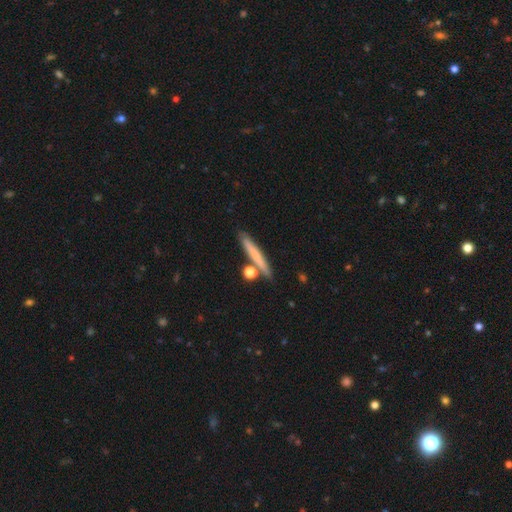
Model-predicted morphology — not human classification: A smooth galaxy with no disk features (68%) that is cigar-shaped (90%). Merging: none (79%).